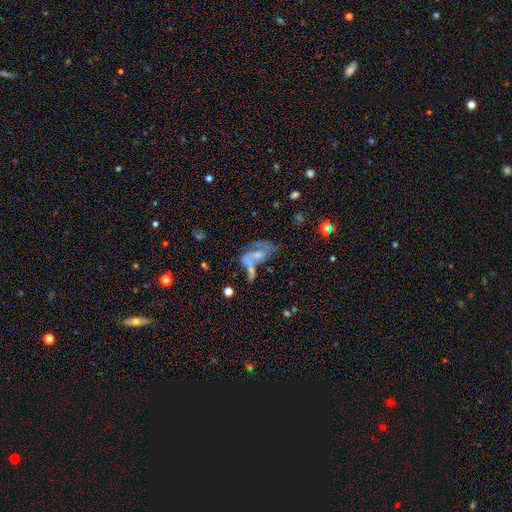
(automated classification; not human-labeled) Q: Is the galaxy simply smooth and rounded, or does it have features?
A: featured or disk — 54%.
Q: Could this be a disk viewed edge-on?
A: no — 93%.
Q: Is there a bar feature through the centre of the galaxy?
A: no — 68%.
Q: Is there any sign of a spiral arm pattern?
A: no — 54%.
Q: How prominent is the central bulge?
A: moderate — 37%.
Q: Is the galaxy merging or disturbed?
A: merger — 39%.